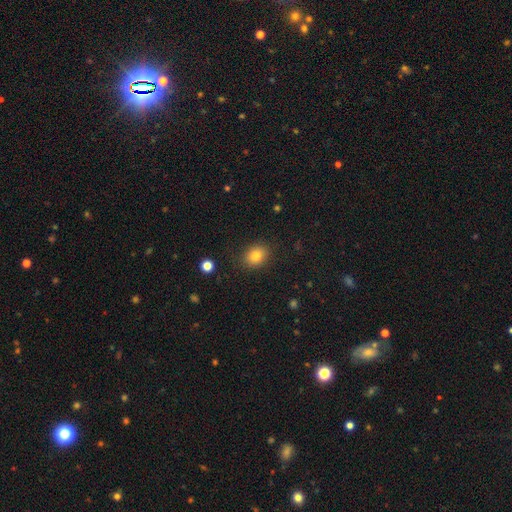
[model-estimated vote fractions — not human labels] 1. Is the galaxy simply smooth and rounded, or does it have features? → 81% smooth, 11% star or artifact, 8% featured or disk.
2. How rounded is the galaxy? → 52% in between, 48% round, 1% cigar-shaped.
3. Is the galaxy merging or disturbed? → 86% none, 10% minor disturbance, 3% major disturbance, 1% merger.